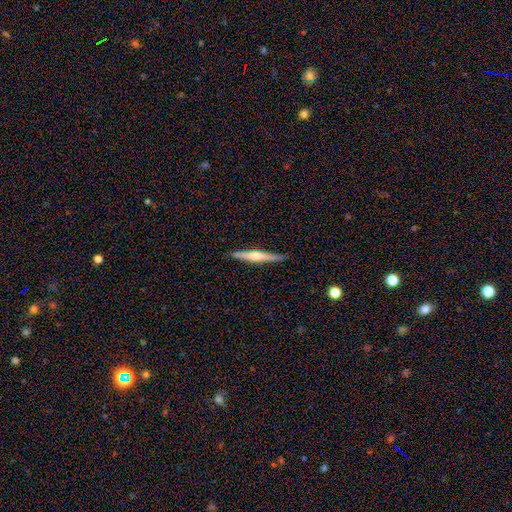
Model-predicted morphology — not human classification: A featured or disk galaxy (64%) viewed edge-on (97%) with a rounded central bulge (80%). Merging: none (89%).